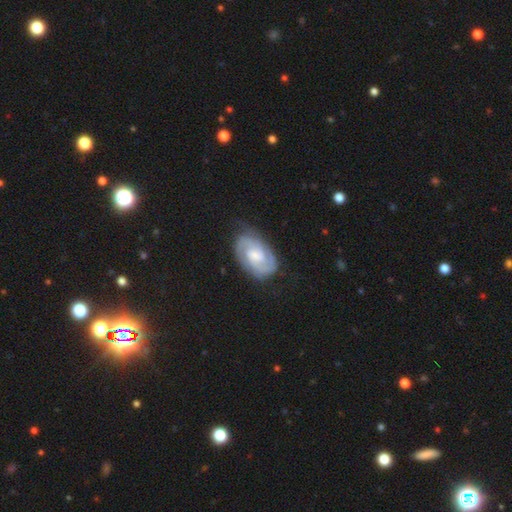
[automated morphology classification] The model was most divided on "bulge size": small: 40%, moderate: 39%, none: 13%, large: 7%, dominant: 1%. Remaining: edge-on disk — no (97%); spiral arms — yes (97%); smooth or featured — featured or disk (82%); merging — none (74%); spiral arm count — 2 (71%); spiral winding — tight (60%); bar — weak (49%).